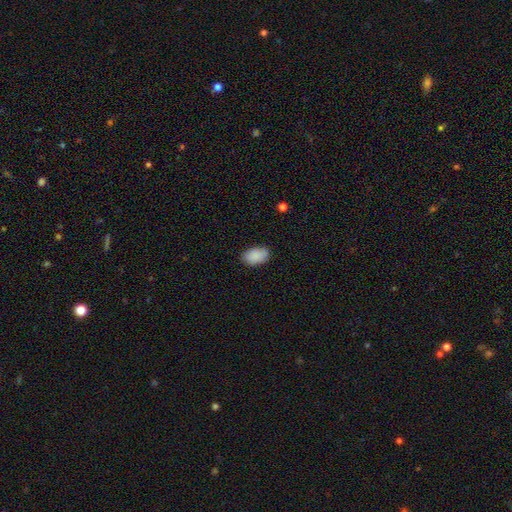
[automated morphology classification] Smooth or featured?
  - smooth: 89% *
  - star or artifact: 7%
  - featured or disk: 4%
How rounded?
  - in between: 93% *
  - round: 6%
  - cigar-shaped: 1%
Merging?
  - none: 84% *
  - minor disturbance: 12%
  - major disturbance: 2%
  - merger: 1%